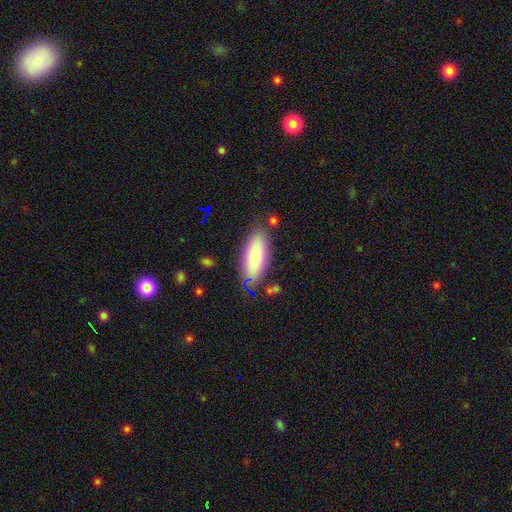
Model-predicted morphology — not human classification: Overall: smooth (82%). How rounded: in between (78%). Merging: none (79%).